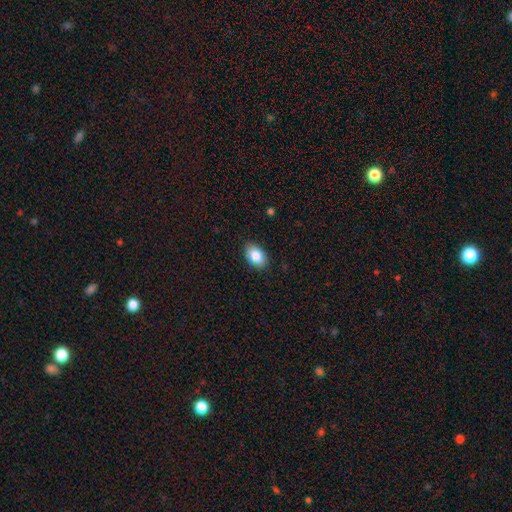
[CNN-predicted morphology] type=smooth (86%); roundness=in between (88%); merging=none (87%).